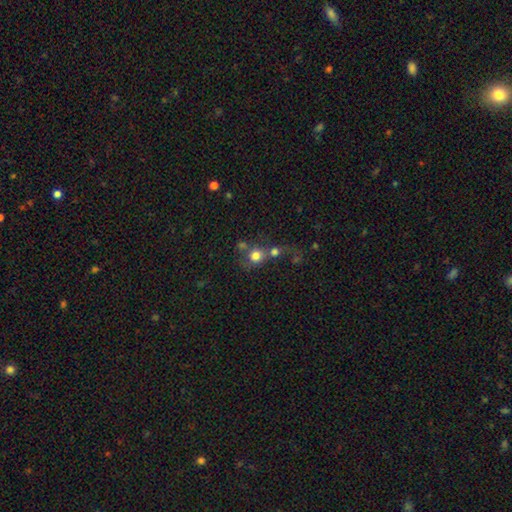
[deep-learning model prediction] This is likely a smooth galaxy (74%). How rounded: clearly round (86%). Merging: possibly merger (45%).